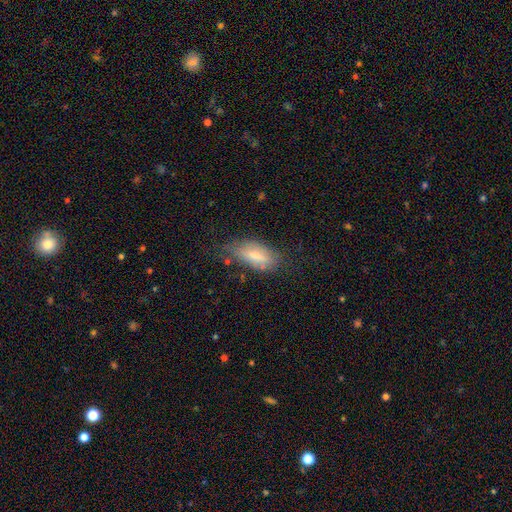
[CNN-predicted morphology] Smooth or featured?
  - smooth: 67% *
  - featured or disk: 25%
  - star or artifact: 8%
How rounded?
  - in between: 81% *
  - cigar-shaped: 16%
  - round: 3%
Merging?
  - none: 59% *
  - minor disturbance: 27%
  - major disturbance: 11%
  - merger: 3%